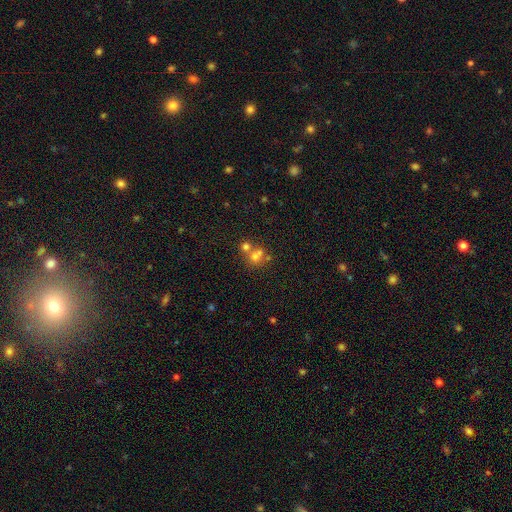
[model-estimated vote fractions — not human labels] A smooth galaxy with no disk features (65%) that is round (73%).

Vote fractions:
- Smooth or featured? smooth: 65% / featured or disk: 18% / star or artifact: 18%
- How rounded? round: 73% / in between: 26% / cigar-shaped: 1%
- Merging? merger: 51% / none: 37% / minor disturbance: 7% / major disturbance: 4%